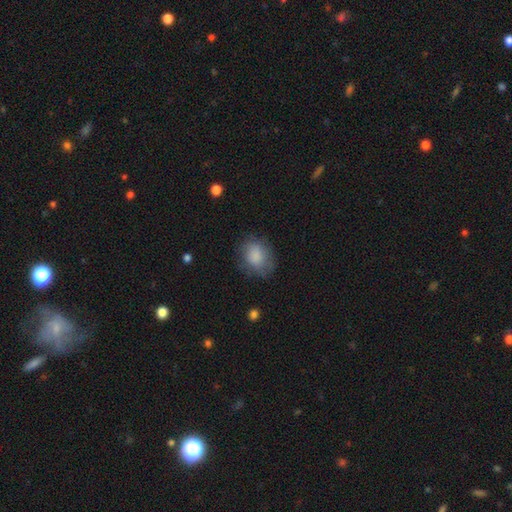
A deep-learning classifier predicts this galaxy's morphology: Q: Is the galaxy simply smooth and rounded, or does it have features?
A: smooth — 84%.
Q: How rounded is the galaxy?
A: in between — 54%.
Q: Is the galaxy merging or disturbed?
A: none — 70%.